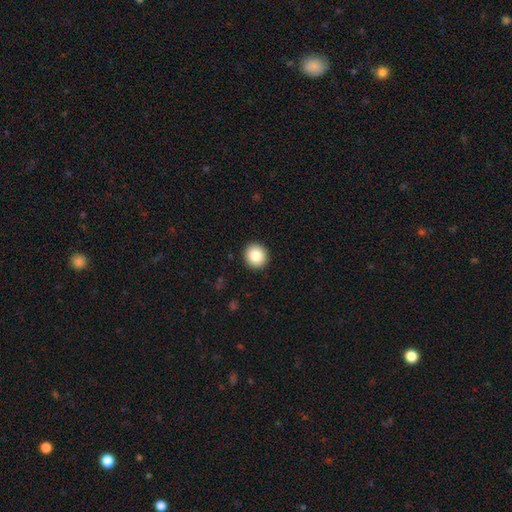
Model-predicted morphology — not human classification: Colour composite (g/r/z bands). It shows a smooth galaxy with no disk features (85%) that is round (88%). Merging: none (92%).